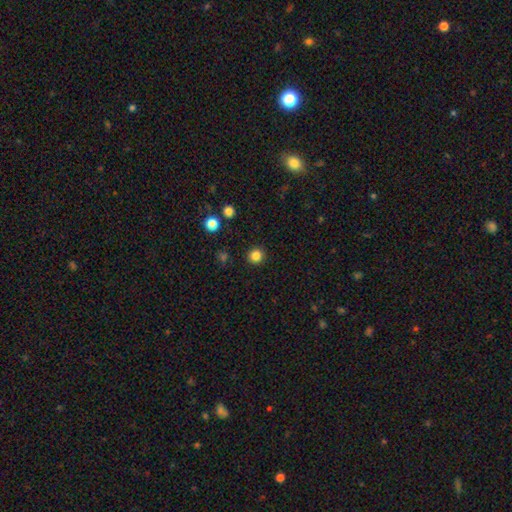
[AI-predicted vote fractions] Smooth or featured?
  - smooth: 84% *
  - star or artifact: 12%
  - featured or disk: 4%
How rounded?
  - round: 94% *
  - in between: 5%
  - cigar-shaped: 1%
Merging?
  - none: 92% *
  - minor disturbance: 5%
  - major disturbance: 2%
  - merger: 1%